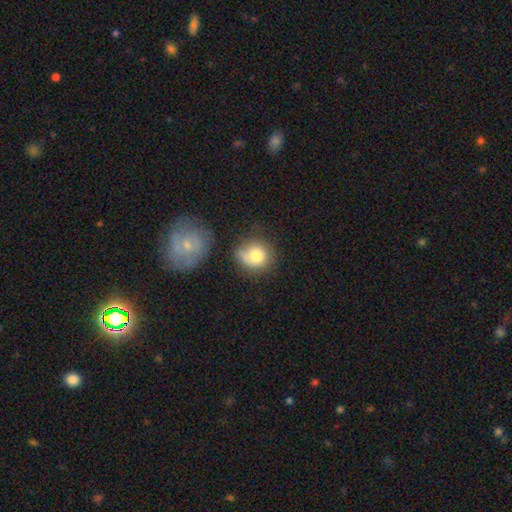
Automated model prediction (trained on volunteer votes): smooth 71%, featured or disk 21%, star or artifact 8%. Down the decision tree: how rounded — round (78%); merging — none (51%).